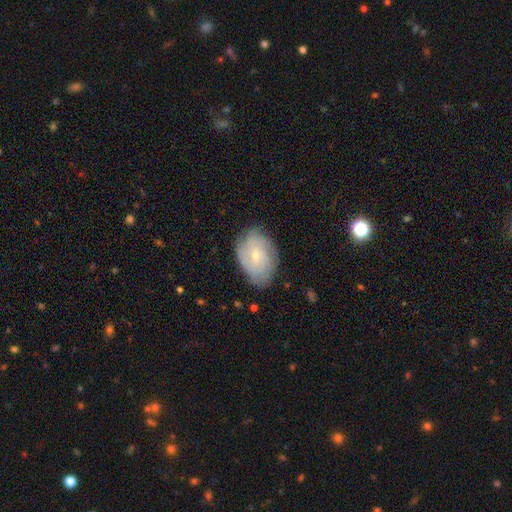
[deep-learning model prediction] smooth-or-featured: featured or disk: 59% | smooth: 34% | star or artifact: 8%
  disk-edge-on: no: 96% | yes: 4%
    bar: no: 65% | weak: 30% | strong: 4%
    has-spiral-arms: yes: 82% | no: 18%
    bulge-size: small: 69% | moderate: 27% | none: 2% | large: 1% | dominant: 1%
  merging: none: 74% | minor disturbance: 20% | major disturbance: 5% | merger: 1%